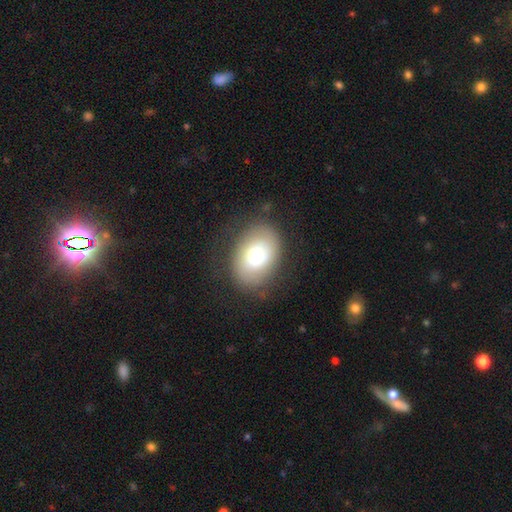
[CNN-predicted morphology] type=smooth (67%); roundness=in between (66%); merging=none (76%).